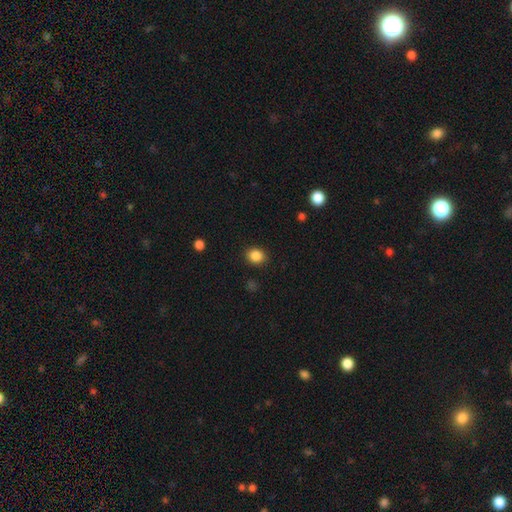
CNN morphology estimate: This is clearly a smooth galaxy (86%). How rounded: likely round (66%). Merging: clearly none (89%).